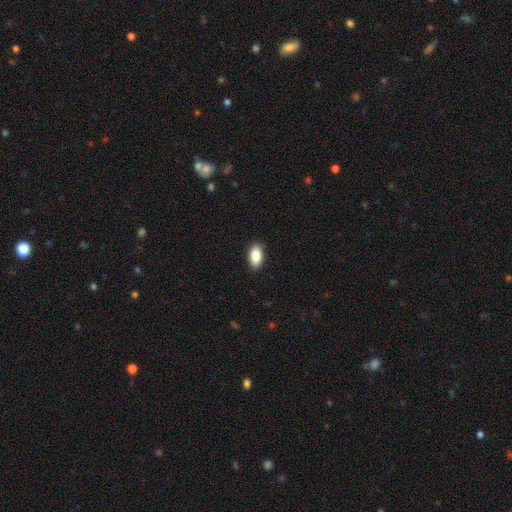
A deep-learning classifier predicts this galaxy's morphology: A smooth galaxy with no disk features (88%) that is in between round and cigar-shaped (93%). Merging: none (89%).